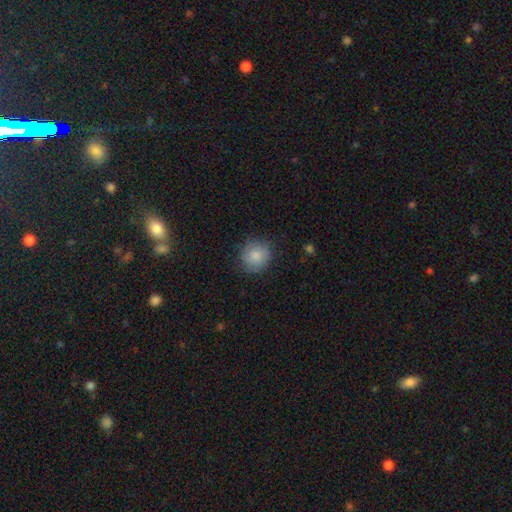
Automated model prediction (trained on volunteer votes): Q: Smooth or featured?
A: smooth (83%); runner-up: featured or disk (10%)
Q: How rounded?
A: round (90%); runner-up: in between (9%)
Q: Merging?
A: none (80%); runner-up: minor disturbance (15%)